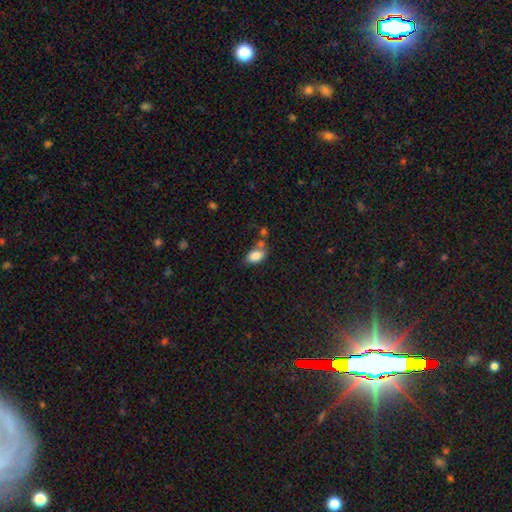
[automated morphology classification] Q: Smooth or featured?
A: smooth (85%); runner-up: star or artifact (8%)
Q: How rounded?
A: in between (91%); runner-up: round (7%)
Q: Merging?
A: none (49%); runner-up: merger (24%)